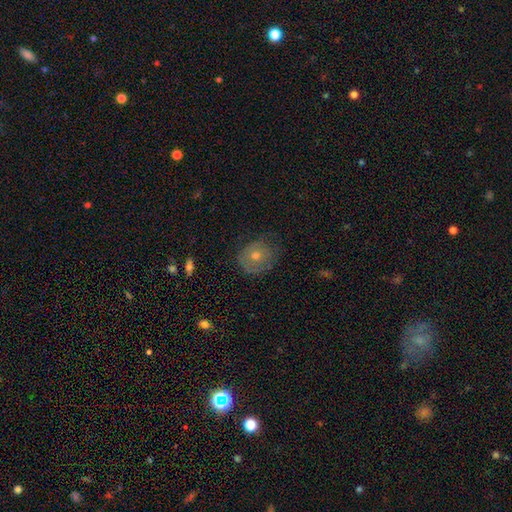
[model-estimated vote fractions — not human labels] Q: Smooth or featured?
A: smooth (49%); runner-up: featured or disk (38%)
Q: Merging?
A: none (72%); runner-up: minor disturbance (19%)